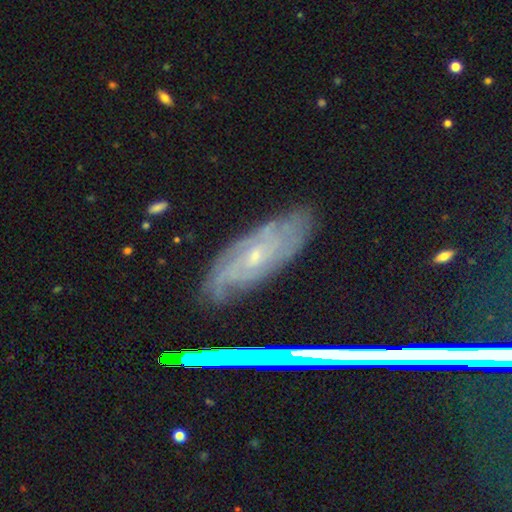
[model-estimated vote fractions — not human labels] Smooth or featured?
  - featured or disk: 73% *
  - smooth: 16%
  - star or artifact: 11%
Edge-on disk?
  - no: 84% *
  - yes: 16%
Bar?
  - no: 66% *
  - weak: 27%
  - strong: 7%
Spiral arms?
  - yes: 88% *
  - no: 12%
Spiral winding?
  - tight: 67% *
  - medium: 24%
  - loose: 9%
Spiral arm count?
  - can't tell: 55% *
  - 2: 17%
  - 3: 10%
  - 4: 8%
  - more than 4: 6%
  - 1: 5%
Bulge size?
  - small: 76% *
  - moderate: 20%
  - none: 2%
  - large: 1%
  - dominant: 1%
Merging?
  - none: 79% *
  - minor disturbance: 15%
  - major disturbance: 4%
  - merger: 2%